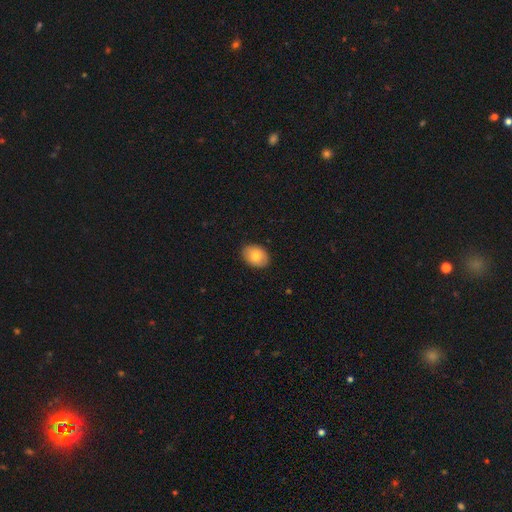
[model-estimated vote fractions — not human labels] Smooth or featured? Predicted: smooth (p=0.77). How rounded? Predicted: in between (p=0.76). Merging? Predicted: none (p=0.89).